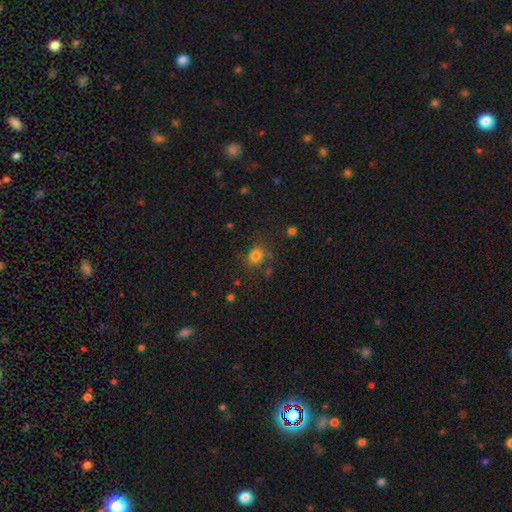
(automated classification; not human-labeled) smooth 78%, star or artifact 15%, featured or disk 7%. Down the decision tree: how rounded — round (71%); merging — none (69%).